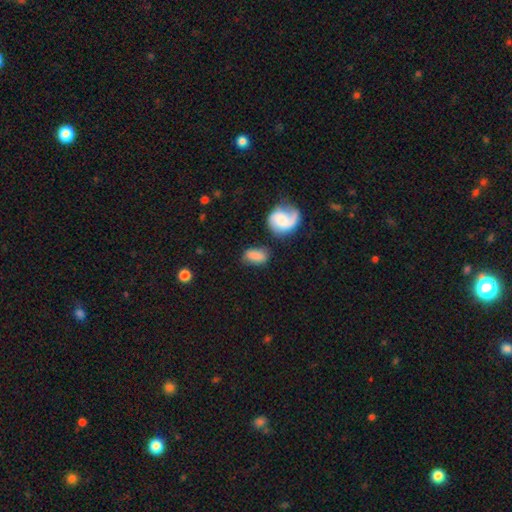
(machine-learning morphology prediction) Overall: smooth (75%). How rounded: in between (85%). Merging: none (62%).